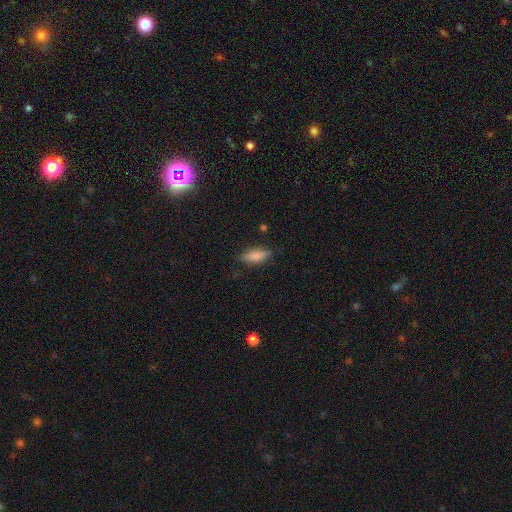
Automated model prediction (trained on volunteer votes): smooth-or-featured: smooth: 78% | featured or disk: 14% | star or artifact: 7%
  how-rounded: in between: 66% | cigar-shaped: 32% | round: 2%
  merging: none: 81% | minor disturbance: 14% | major disturbance: 3% | merger: 1%